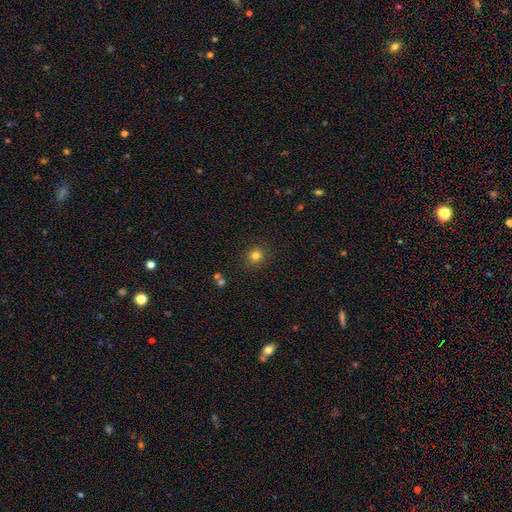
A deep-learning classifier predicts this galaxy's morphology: A smooth galaxy with no disk features (81%) that is round (89%).

Vote fractions:
- Smooth or featured? smooth: 81% / star or artifact: 13% / featured or disk: 6%
- How rounded? round: 89% / in between: 10% / cigar-shaped: 1%
- Merging? none: 88% / minor disturbance: 7% / major disturbance: 2% / merger: 2%